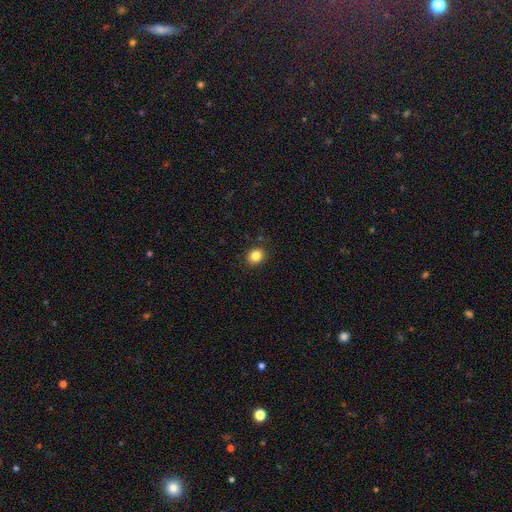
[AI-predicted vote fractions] Smooth or featured: smooth — 84% (star or artifact — 11%)
How rounded: round — 67% (in between — 32%)
Merging: none — 89% (minor disturbance — 8%)